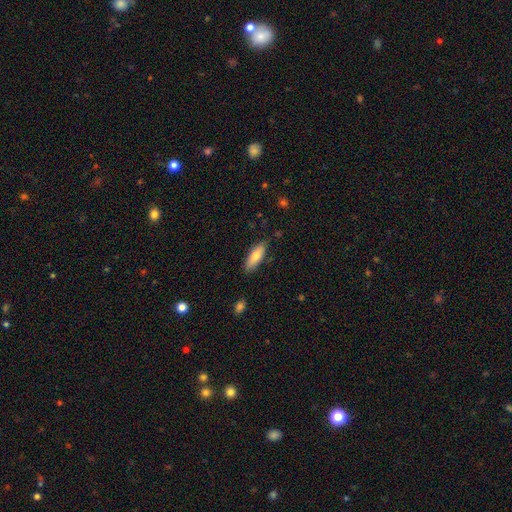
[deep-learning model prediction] This appears to be a smooth galaxy with no disk features (74%) that is in between round and cigar-shaped (58%). Merging: none (83%).